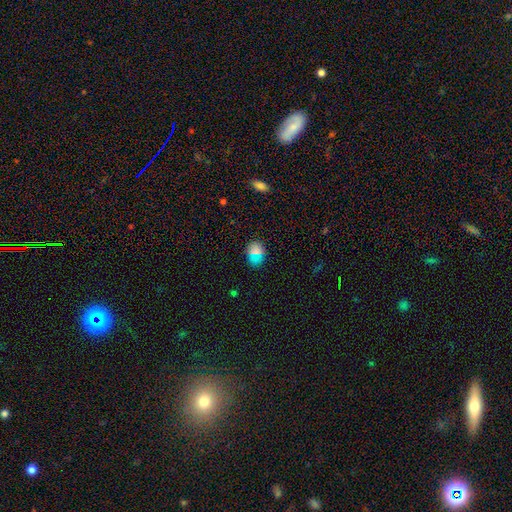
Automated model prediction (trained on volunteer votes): Smooth or featured? Predicted: smooth (p=0.73). How rounded? Predicted: in between (p=0.58). Merging? Predicted: none (p=0.83).